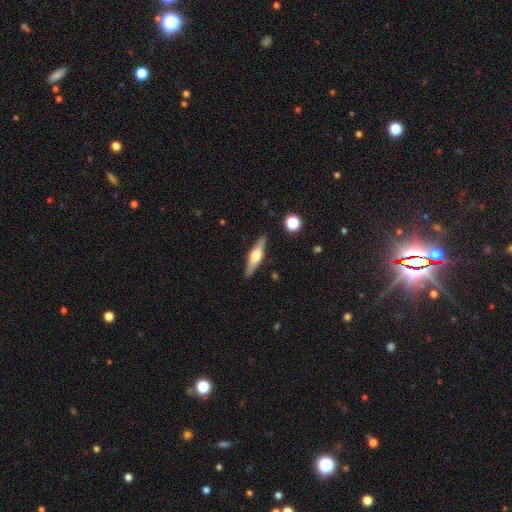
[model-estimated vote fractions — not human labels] smooth-or-featured: featured or disk: 59% | smooth: 35% | star or artifact: 6%
  disk-edge-on: yes: 95% | no: 5%
    edge-on-bulge: rounded: 88% | boxy: 9% | none: 3%
  merging: none: 88% | minor disturbance: 8% | major disturbance: 2% | merger: 2%